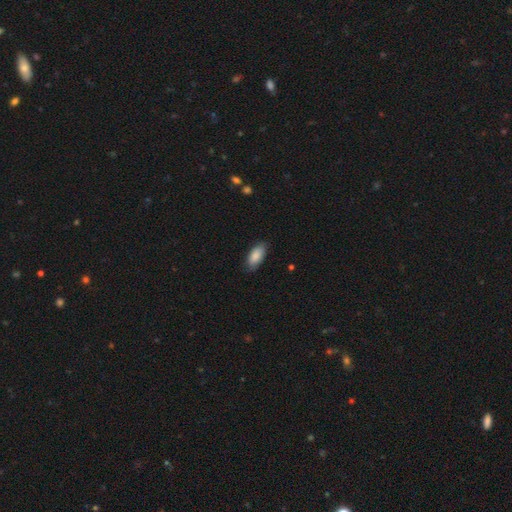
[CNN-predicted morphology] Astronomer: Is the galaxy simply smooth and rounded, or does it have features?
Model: smooth — 87%.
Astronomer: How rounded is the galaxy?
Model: in between — 89%.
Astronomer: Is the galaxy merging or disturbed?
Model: none — 81%.